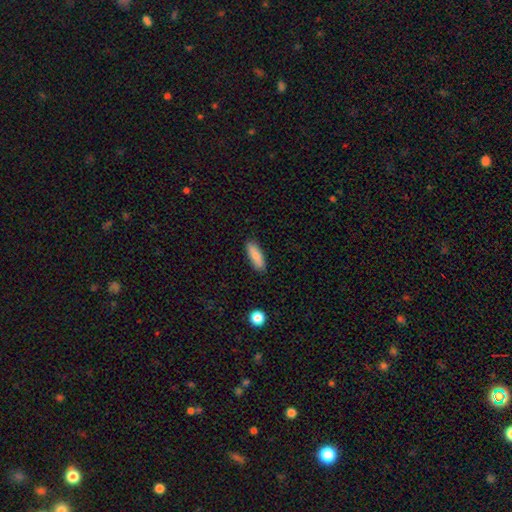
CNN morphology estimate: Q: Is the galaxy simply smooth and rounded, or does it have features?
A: smooth — 85%.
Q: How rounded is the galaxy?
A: in between — 51%.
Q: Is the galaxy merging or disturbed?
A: none — 88%.